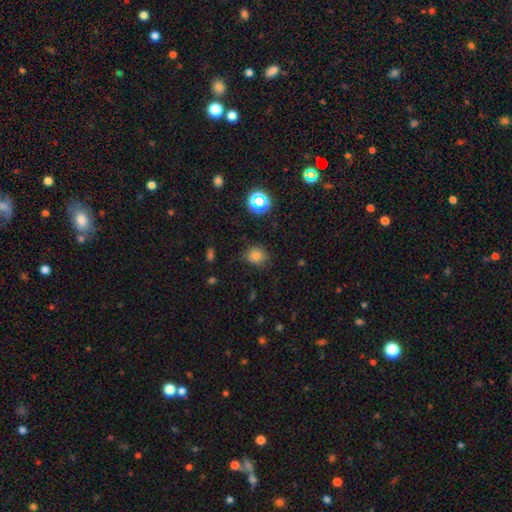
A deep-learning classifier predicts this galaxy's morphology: Smooth or featured?
  - smooth: 77% *
  - star or artifact: 17%
  - featured or disk: 6%
How rounded?
  - round: 81% *
  - in between: 18%
  - cigar-shaped: 1%
Merging?
  - none: 80% *
  - minor disturbance: 14%
  - major disturbance: 4%
  - merger: 2%